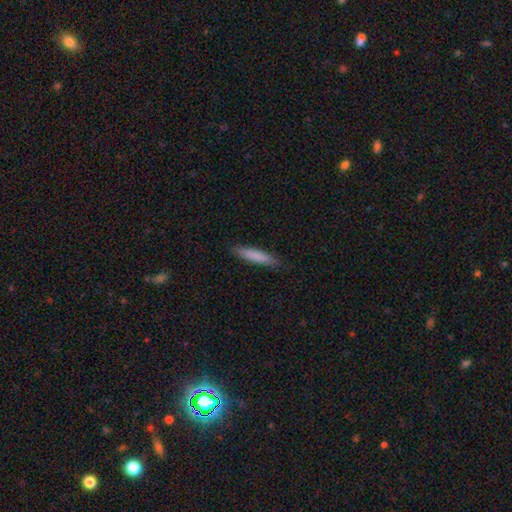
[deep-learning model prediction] smooth-or-featured: smooth: 83% | featured or disk: 12% | star or artifact: 6%
  how-rounded: cigar-shaped: 88% | in between: 10% | round: 1%
  merging: none: 89% | minor disturbance: 9% | major disturbance: 2% | merger: 1%